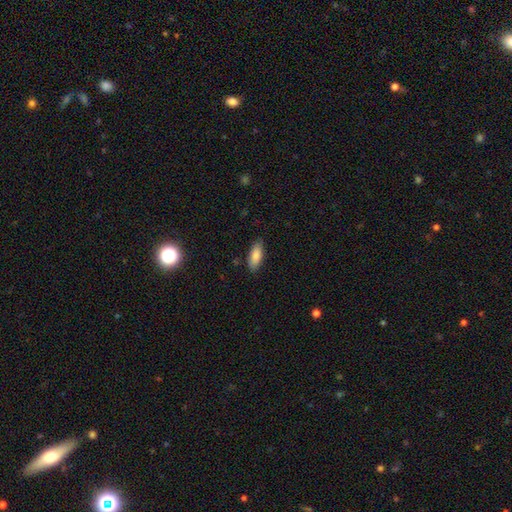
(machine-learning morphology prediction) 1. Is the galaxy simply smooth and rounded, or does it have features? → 85% smooth, 9% featured or disk, 6% star or artifact.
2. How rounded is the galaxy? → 79% in between, 20% cigar-shaped, 2% round.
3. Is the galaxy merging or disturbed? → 83% none, 13% minor disturbance, 3% major disturbance, 1% merger.